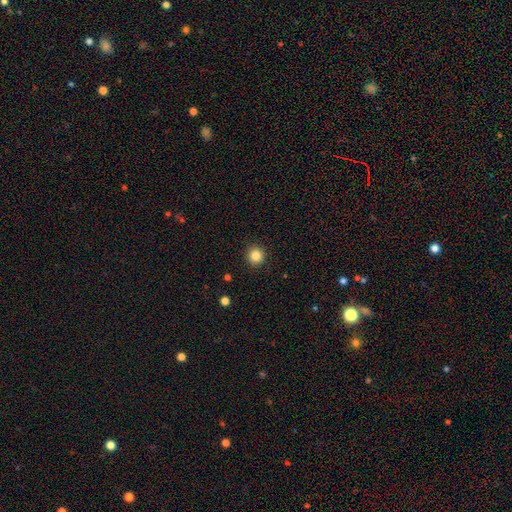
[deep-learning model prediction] Smooth or featured? smooth (84%)
How rounded? round (94%)
Merging? none (93%)